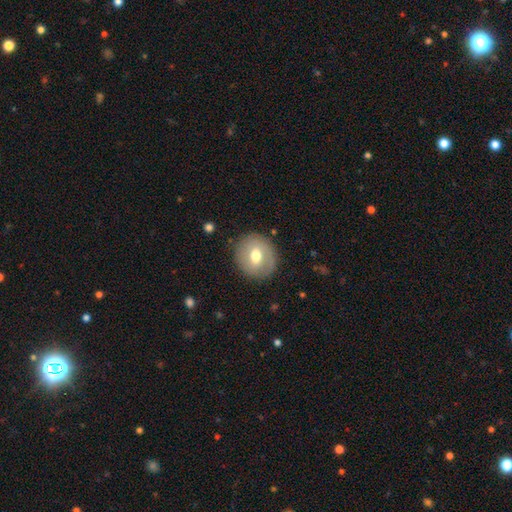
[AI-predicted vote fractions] Morphology: type=smooth (60%); roundness=round (83%); merging=none (85%).